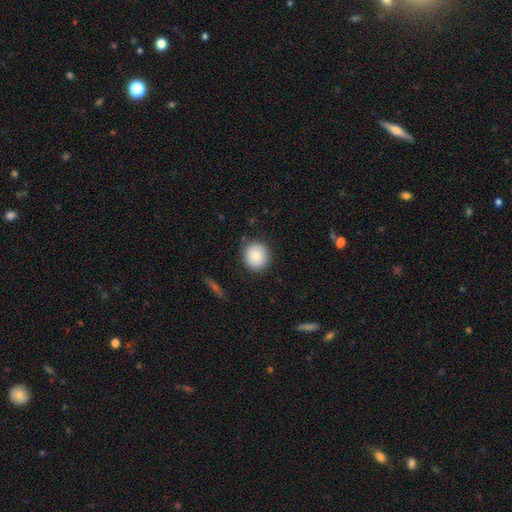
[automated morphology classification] Overall: smooth (81%). How rounded: round (87%). Merging: none (86%).